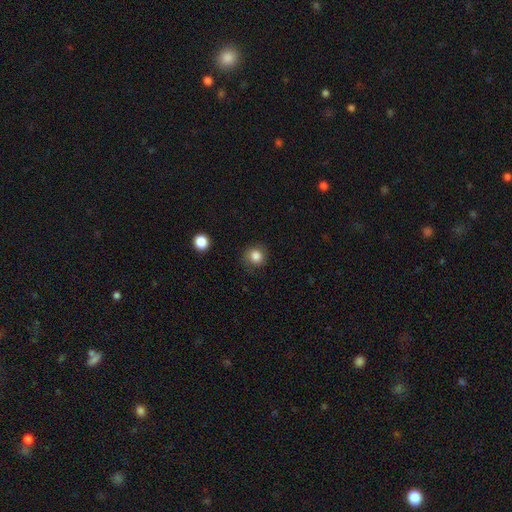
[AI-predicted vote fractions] This is clearly a smooth galaxy (84%). How rounded: clearly round (85%). Merging: likely none (77%).